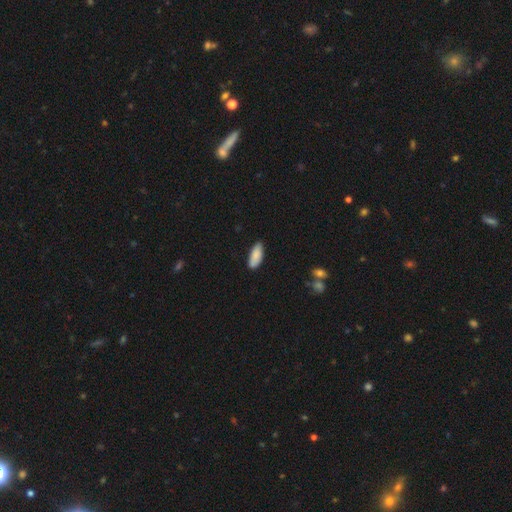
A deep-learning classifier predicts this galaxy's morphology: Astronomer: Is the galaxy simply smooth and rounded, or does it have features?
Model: smooth — 87%.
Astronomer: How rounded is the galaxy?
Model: in between — 81%.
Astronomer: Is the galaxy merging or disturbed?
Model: none — 82%.